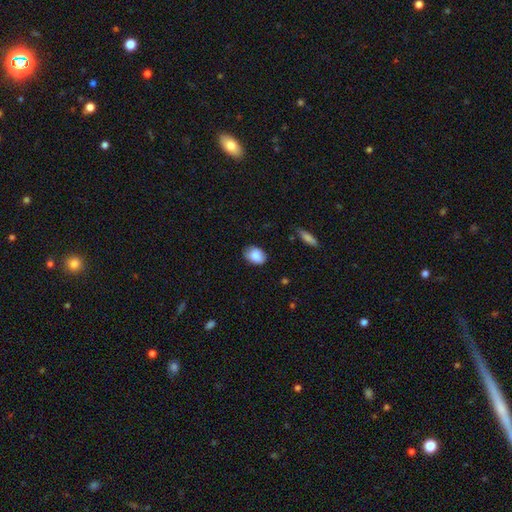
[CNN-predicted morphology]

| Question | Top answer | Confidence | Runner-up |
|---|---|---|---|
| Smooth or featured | smooth | 84% | featured or disk (9%) |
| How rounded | in between | 81% | round (17%) |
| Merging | none | 80% | minor disturbance (16%) |